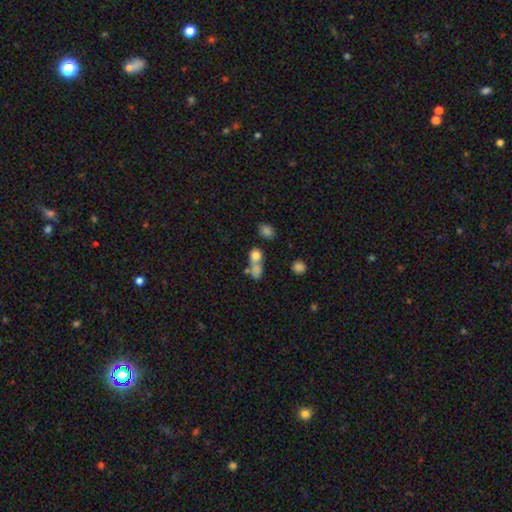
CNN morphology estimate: Overall: smooth (71%). How rounded: round (54%; in between 41%). Merging: merger (57%; none 28%).